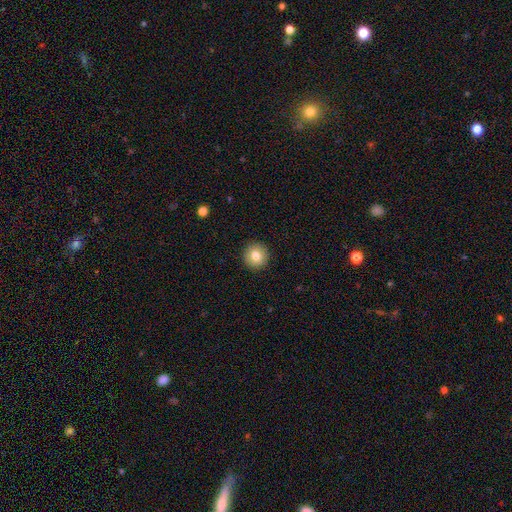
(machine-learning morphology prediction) Q: Smooth or featured?
A: smooth (81%); runner-up: featured or disk (10%)
Q: How rounded?
A: round (94%); runner-up: in between (5%)
Q: Merging?
A: none (93%); runner-up: minor disturbance (5%)